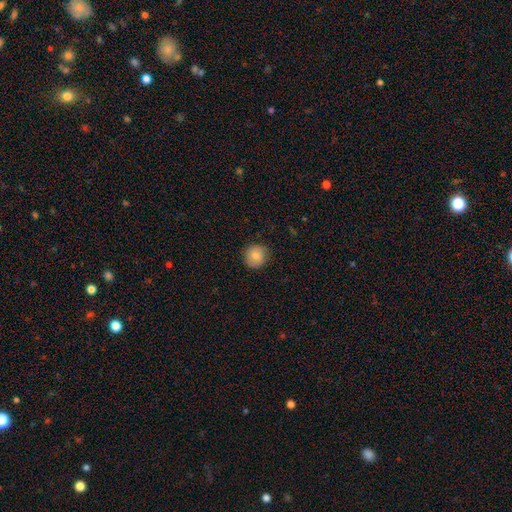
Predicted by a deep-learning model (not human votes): Smooth or featured: smooth — 85% (star or artifact — 8%)
How rounded: round — 92% (in between — 7%)
Merging: none — 88% (minor disturbance — 9%)